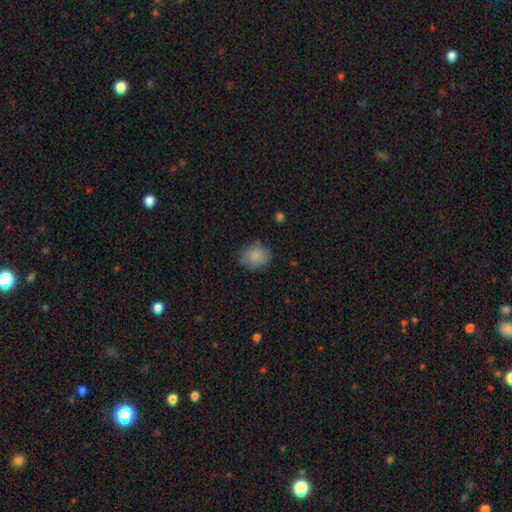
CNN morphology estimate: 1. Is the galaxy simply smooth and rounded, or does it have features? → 86% smooth, 8% star or artifact, 6% featured or disk.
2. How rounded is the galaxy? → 59% round, 40% in between, 1% cigar-shaped.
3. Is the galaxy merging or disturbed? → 75% none, 18% minor disturbance, 4% major disturbance, 2% merger.